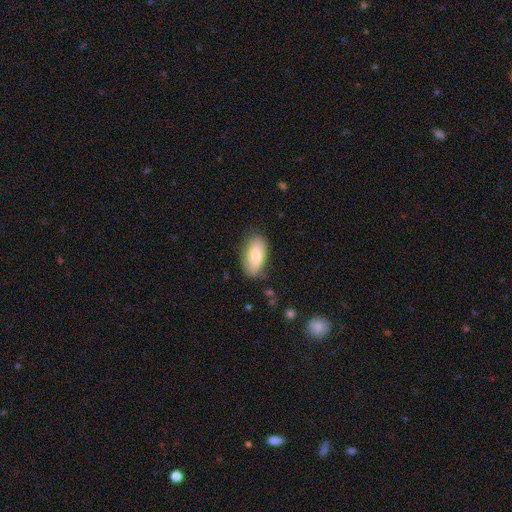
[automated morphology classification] smooth 74%, featured or disk 19%, star or artifact 6%. Down the decision tree: how rounded — in between (93%); merging — none (77%).